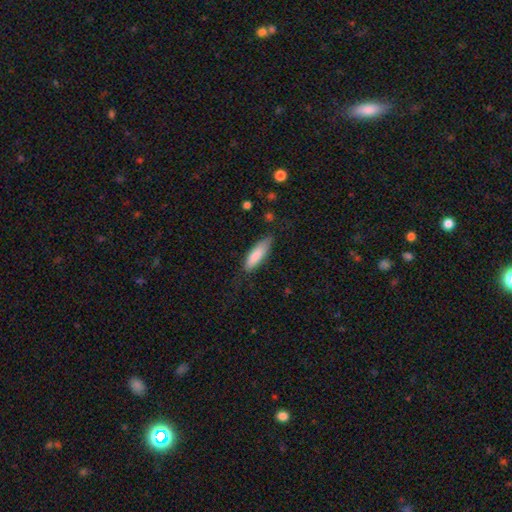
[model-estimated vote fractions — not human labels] A smooth galaxy with no disk features (82%) that is cigar-shaped (50%). Merging: none (73%).